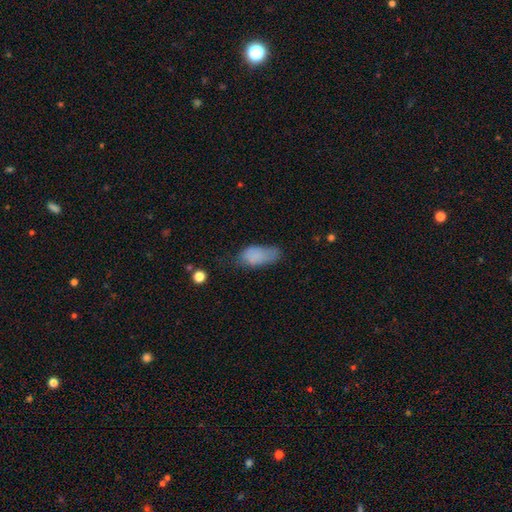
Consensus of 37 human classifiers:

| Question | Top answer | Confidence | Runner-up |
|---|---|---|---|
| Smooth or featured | smooth | 86% | featured or disk (8%) |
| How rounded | in between | 84% | cigar-shaped (12%) |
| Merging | none | 51% | minor disturbance (37%) |